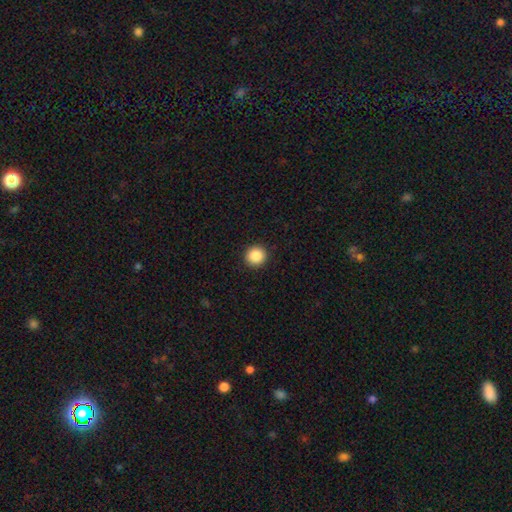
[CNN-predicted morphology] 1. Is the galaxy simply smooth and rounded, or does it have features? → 87% smooth, 9% star or artifact, 4% featured or disk.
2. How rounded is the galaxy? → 94% round, 5% in between, 1% cigar-shaped.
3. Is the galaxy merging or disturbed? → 93% none, 4% minor disturbance, 2% major disturbance, 1% merger.